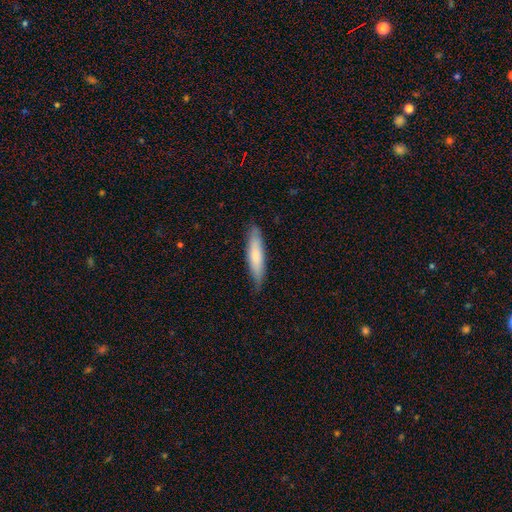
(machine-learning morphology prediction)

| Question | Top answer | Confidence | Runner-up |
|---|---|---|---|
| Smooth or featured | smooth | 71% | featured or disk (23%) |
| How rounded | cigar-shaped | 81% | in between (18%) |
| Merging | none | 79% | minor disturbance (17%) |